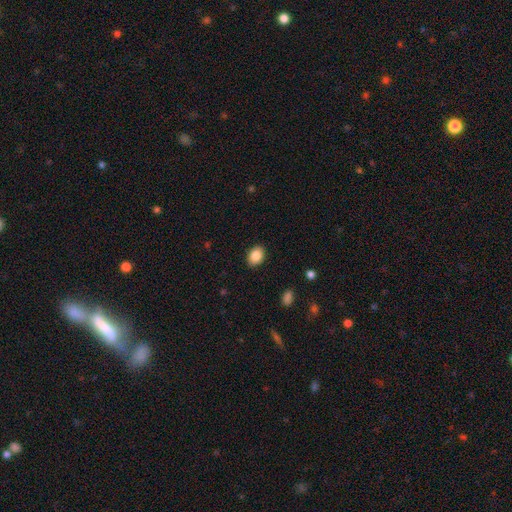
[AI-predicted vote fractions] Morphology: type=smooth (87%); roundness=in between (75%); merging=none (89%).